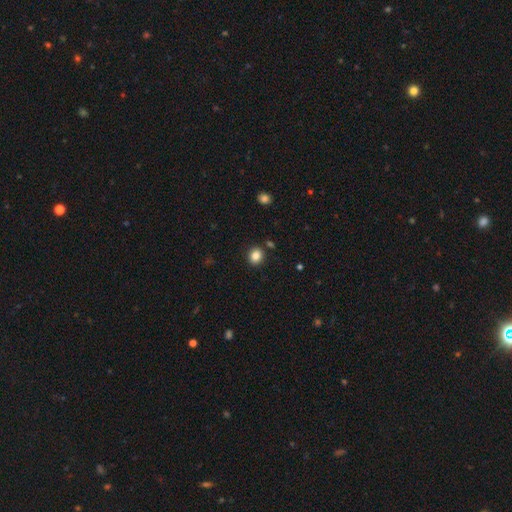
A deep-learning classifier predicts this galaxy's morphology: This appears to be a smooth galaxy with no disk features (85%) that is round (76%). Merging: none (88%).